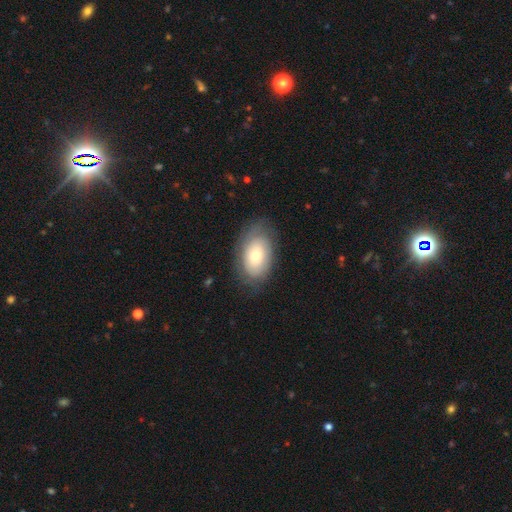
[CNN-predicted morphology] smooth-or-featured: smooth: 62% | featured or disk: 31% | star or artifact: 7%
  how-rounded: in between: 90% | round: 8% | cigar-shaped: 1%
  merging: none: 72% | minor disturbance: 19% | major disturbance: 7% | merger: 1%